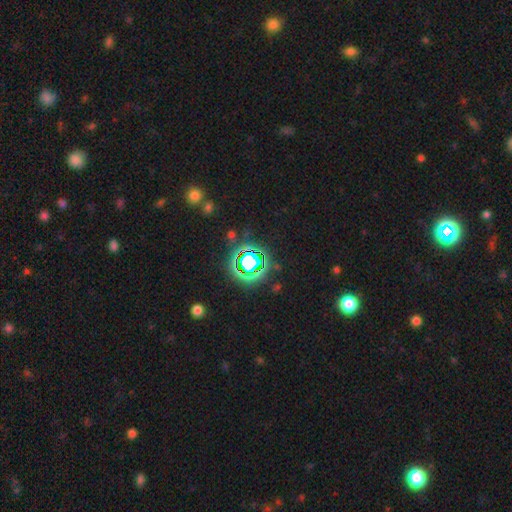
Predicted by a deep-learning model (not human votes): A star or artifact, not a galaxy (78%).